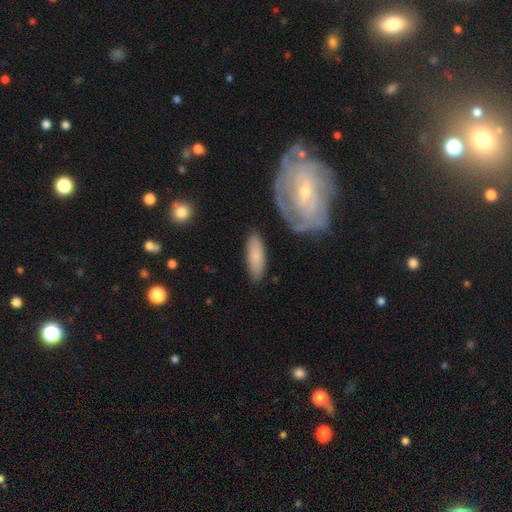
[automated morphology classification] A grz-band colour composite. It shows a smooth galaxy with no disk features (74%) that is in between round and cigar-shaped (66%). Merging: none (81%).